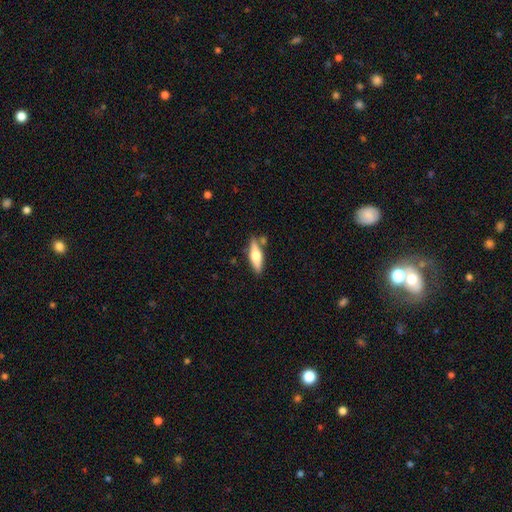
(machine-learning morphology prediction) featured or disk 49%, smooth 45%, star or artifact 6%. Down the decision tree: merging — none (79%).